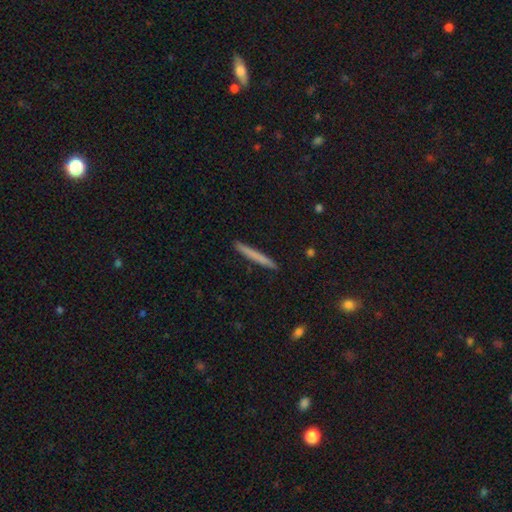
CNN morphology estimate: smooth_or_featured: smooth (p=0.68) [alt: featured or disk p=0.26]
how_rounded: cigar-shaped (p=0.97) [alt: in between p=0.02]
merging: none (p=0.92) [alt: minor disturbance p=0.05]